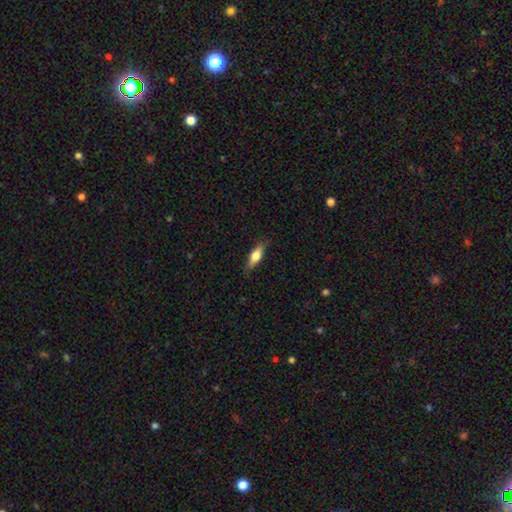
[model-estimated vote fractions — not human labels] Smooth or featured? smooth (64%)
How rounded? in between (54%)
Merging? none (81%)